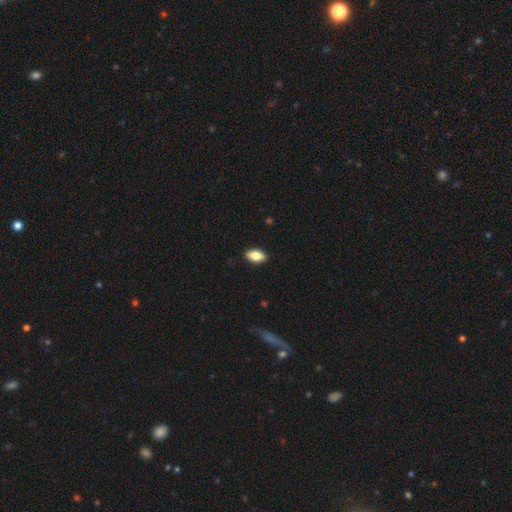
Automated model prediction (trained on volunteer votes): smooth-or-featured: smooth: 80% | featured or disk: 13% | star or artifact: 7%
  how-rounded: in between: 90% | cigar-shaped: 6% | round: 4%
  merging: none: 90% | minor disturbance: 8% | major disturbance: 2% | merger: 1%